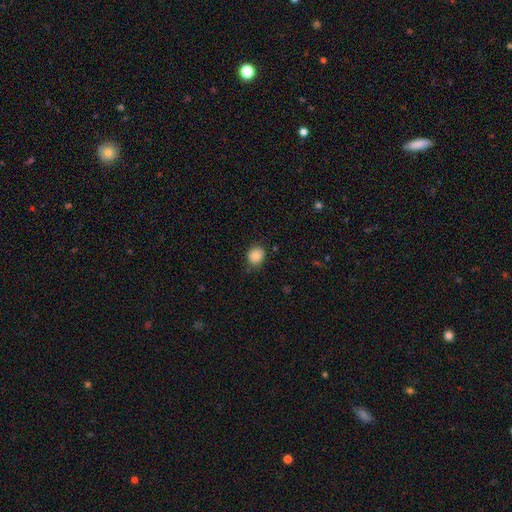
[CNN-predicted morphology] type=smooth (87%); roundness=round (71%); merging=none (80%).